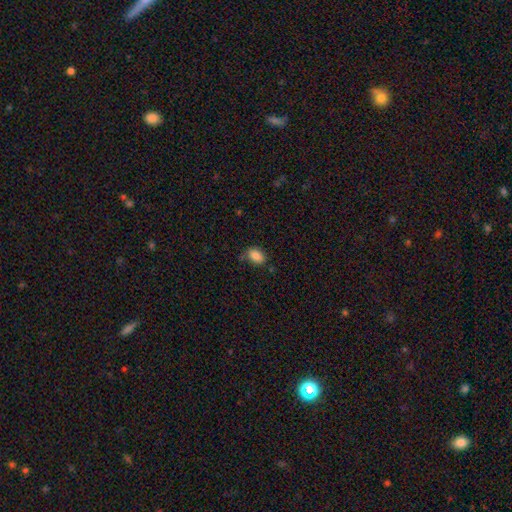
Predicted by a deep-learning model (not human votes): Smooth or featured: smooth — 86% (star or artifact — 9%)
How rounded: in between — 74% (round — 24%)
Merging: none — 75% (minor disturbance — 18%)